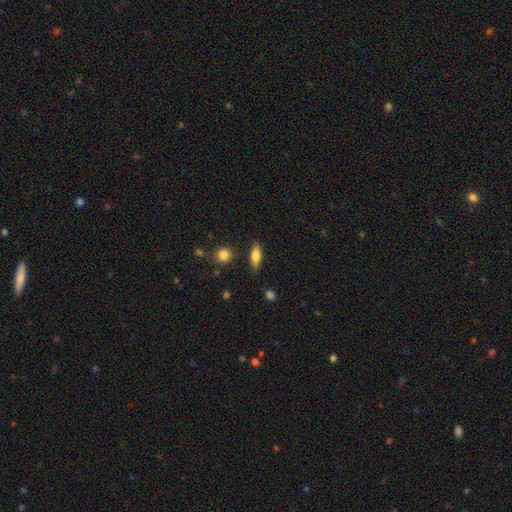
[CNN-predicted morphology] Smooth or featured? Predicted: smooth (p=0.71). How rounded? Predicted: in between (p=0.62). Merging? Predicted: none (p=0.84).